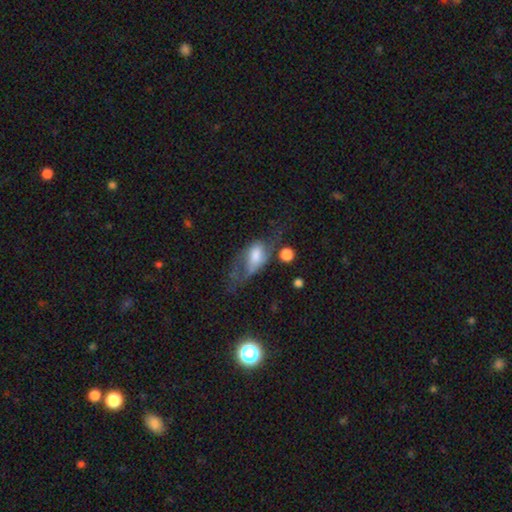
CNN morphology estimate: Smooth or featured? Predicted: smooth (p=0.50). How rounded? Predicted: in between (p=0.84). Merging? Predicted: major disturbance (p=0.43).